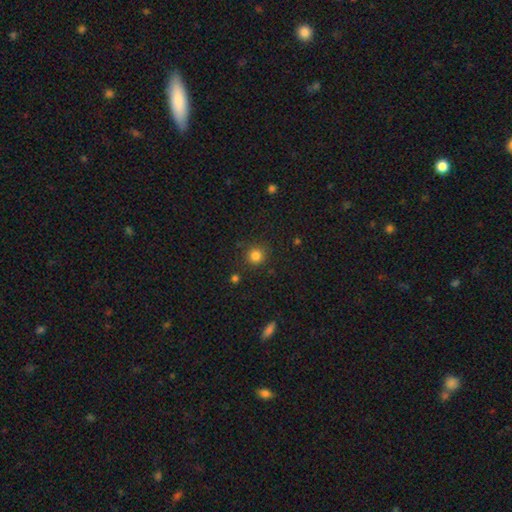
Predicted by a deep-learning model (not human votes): This appears to be a smooth galaxy with no disk features (82%) that is round (93%). Merging: none (85%).